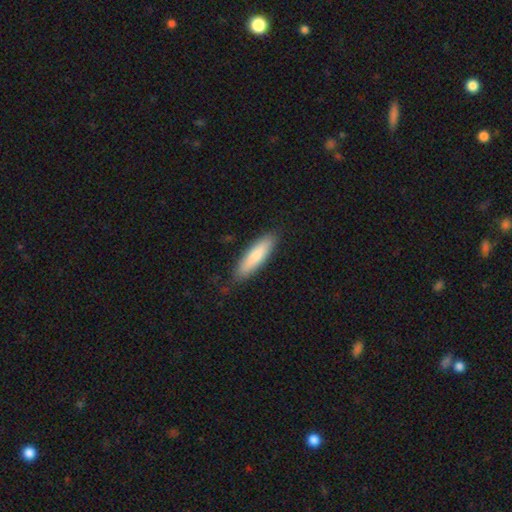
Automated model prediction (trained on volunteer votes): The model was most divided on "how rounded": cigar-shaped: 67%, in between: 32%, round: 1%. More confident: merging — none (84%); smooth or featured — smooth (81%).